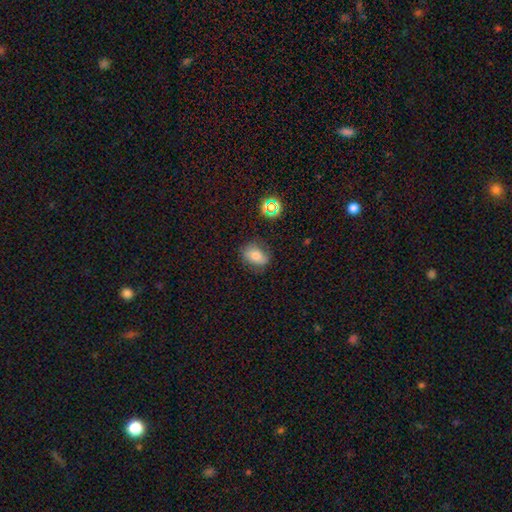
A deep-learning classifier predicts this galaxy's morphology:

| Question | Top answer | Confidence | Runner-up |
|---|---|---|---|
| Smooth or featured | smooth | 71% | featured or disk (16%) |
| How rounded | in between | 70% | round (28%) |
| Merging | none | 74% | minor disturbance (19%) |